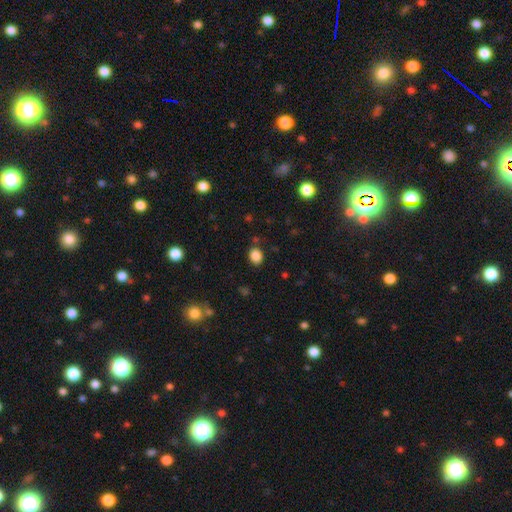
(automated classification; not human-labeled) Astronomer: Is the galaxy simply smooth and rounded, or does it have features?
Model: smooth — 86%.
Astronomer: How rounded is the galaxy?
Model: round — 52% (runner-up: in between, 48%).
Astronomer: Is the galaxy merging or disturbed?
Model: none — 84%.